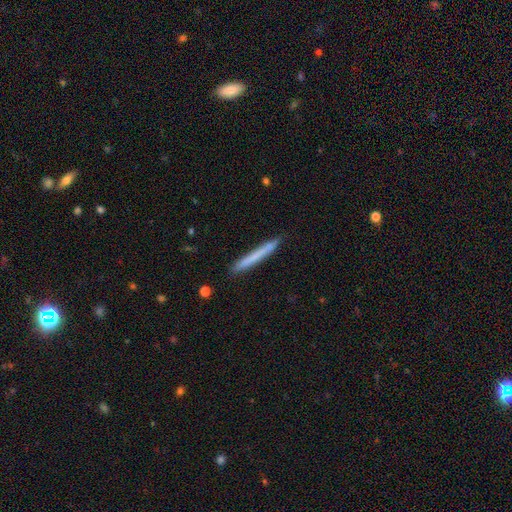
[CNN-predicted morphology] This appears to be a smooth galaxy with no disk features (67%) that is cigar-shaped (97%). Merging: none (89%).